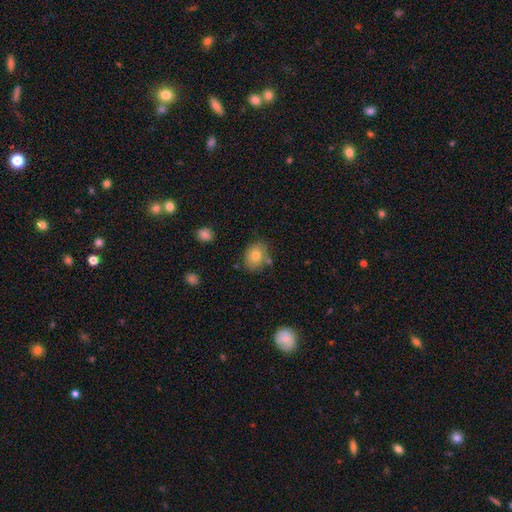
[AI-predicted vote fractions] This is likely a smooth galaxy (76%). How rounded: possibly in between (53%). Merging: likely none (72%).